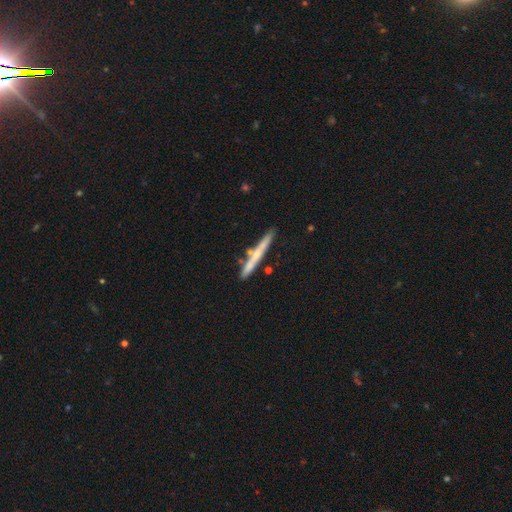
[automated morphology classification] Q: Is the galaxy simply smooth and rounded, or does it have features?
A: featured or disk — 49%.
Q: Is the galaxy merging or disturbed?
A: none — 78%.